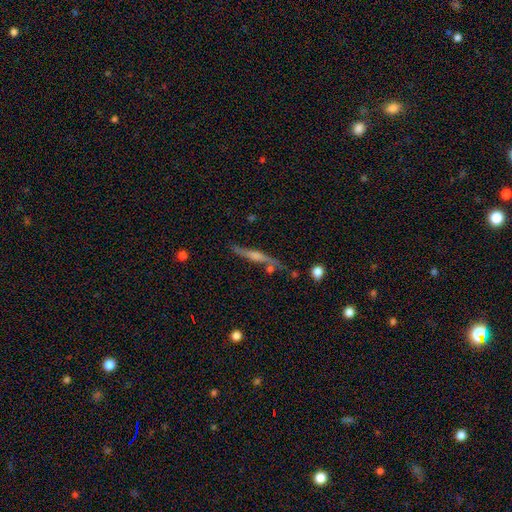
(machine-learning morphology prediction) smooth_or_featured: featured or disk (p=0.68) [alt: smooth p=0.20]
disk_edge_on: yes (p=0.89) [alt: no p=0.11]
edge_on_bulge: rounded (p=0.73) [alt: none p=0.18]
merging: none (p=0.75) [alt: minor disturbance p=0.15]